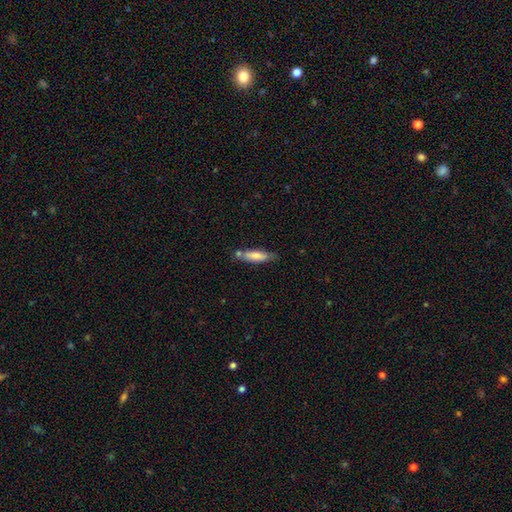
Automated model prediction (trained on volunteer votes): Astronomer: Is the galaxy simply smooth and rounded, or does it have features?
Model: smooth — 73%.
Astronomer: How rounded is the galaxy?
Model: cigar-shaped — 64%.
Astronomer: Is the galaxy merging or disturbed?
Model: none — 63%.